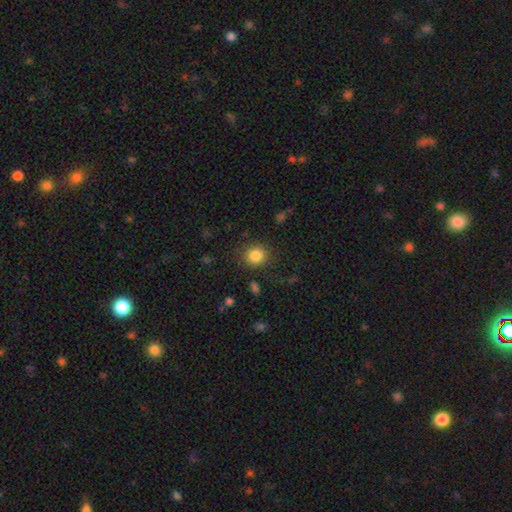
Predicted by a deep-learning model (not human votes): This is clearly a smooth galaxy (84%). How rounded: clearly round (82%). Merging: clearly none (84%).